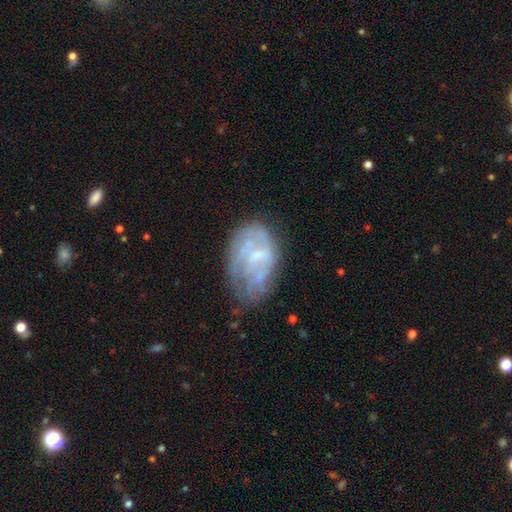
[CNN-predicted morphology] type=featured or disk (65%); edge-on=no (97%); bar=no (56%); spiral arms=yes (52%); bulge=small (49%); merging=none (46%).